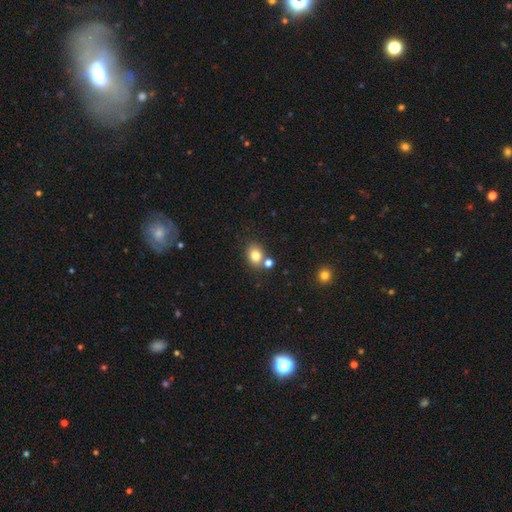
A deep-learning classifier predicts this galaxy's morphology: This appears to be a smooth galaxy with no disk features (80%) that is round (50%). Merging: none (68%).